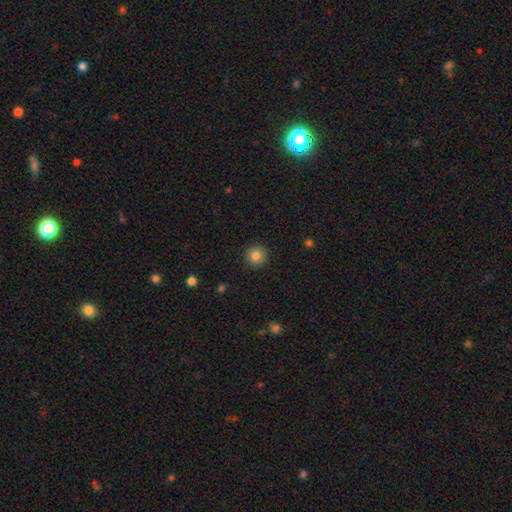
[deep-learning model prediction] Overall: smooth (84%). How rounded: round (95%). Merging: none (92%).